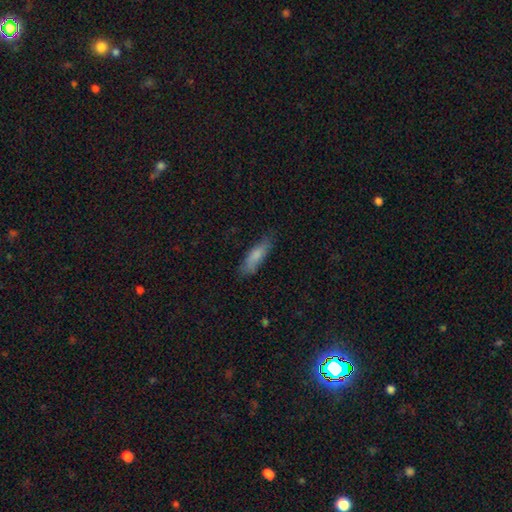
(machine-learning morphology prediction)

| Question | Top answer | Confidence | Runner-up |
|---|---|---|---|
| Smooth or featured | smooth | 79% | featured or disk (15%) |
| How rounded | cigar-shaped | 58% | in between (40%) |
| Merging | none | 72% | minor disturbance (22%) |